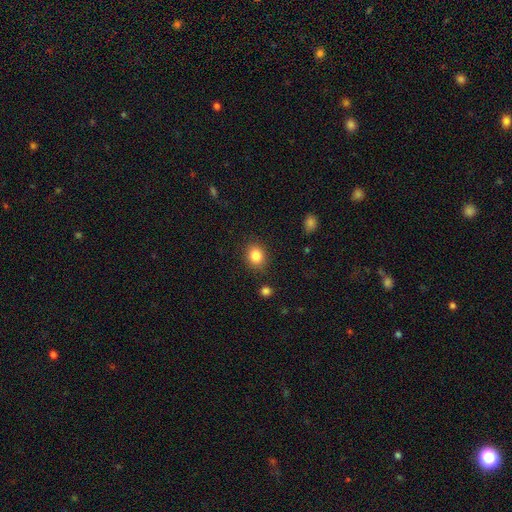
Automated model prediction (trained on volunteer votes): Smooth or featured? Predicted: smooth (p=0.85). How rounded? Predicted: round (p=0.56). Merging? Predicted: none (p=0.86).